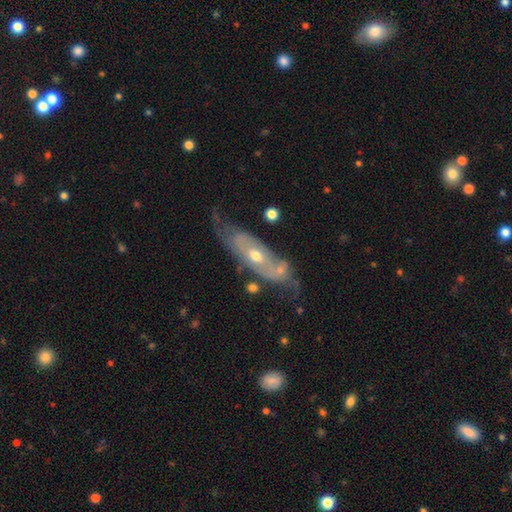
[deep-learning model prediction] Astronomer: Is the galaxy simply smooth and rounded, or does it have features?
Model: featured or disk — 75%.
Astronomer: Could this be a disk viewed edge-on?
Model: no — 79%.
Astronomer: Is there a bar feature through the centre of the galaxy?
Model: no — 76%.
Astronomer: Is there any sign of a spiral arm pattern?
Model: yes — 66%.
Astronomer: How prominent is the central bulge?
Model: moderate — 63%.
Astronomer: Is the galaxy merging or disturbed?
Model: none — 52%.